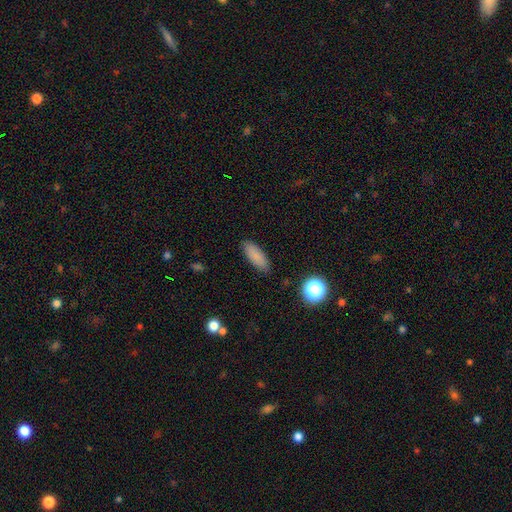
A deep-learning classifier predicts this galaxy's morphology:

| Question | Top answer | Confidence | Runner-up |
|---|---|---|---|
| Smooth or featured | smooth | 85% | star or artifact (8%) |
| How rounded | in between | 66% | cigar-shaped (31%) |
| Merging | none | 88% | minor disturbance (9%) |